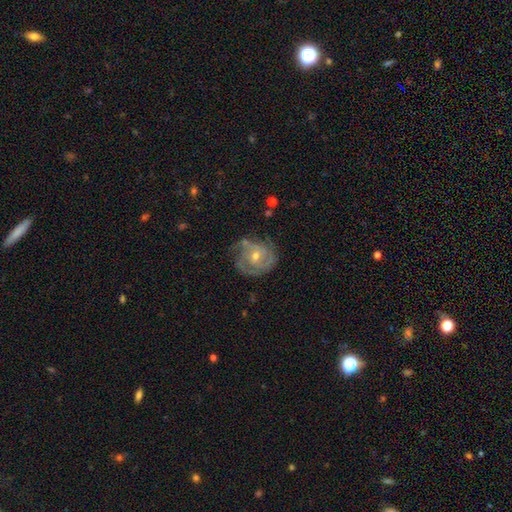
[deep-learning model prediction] Smooth or featured: featured or disk — 77% (smooth — 15%)
Edge-on disk: no — 97% (yes — 3%)
Bar: no — 71% (weak — 24%)
Spiral arms: yes — 87% (no — 13%)
Spiral winding: tight — 59% (medium — 32%)
Spiral arm count: can't tell — 31% (2 — 30%)
Bulge size: moderate — 53% (small — 44%)
Merging: none — 62% (minor disturbance — 24%)